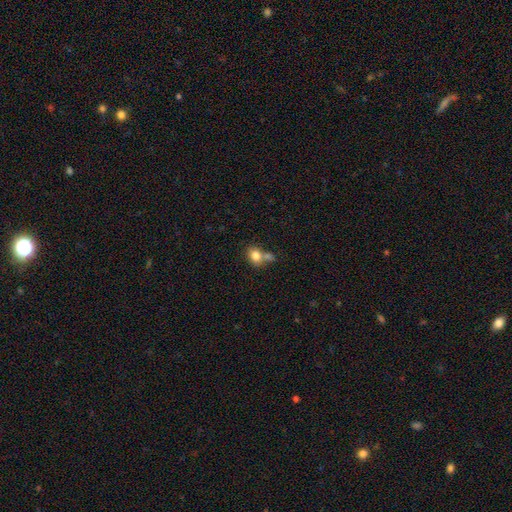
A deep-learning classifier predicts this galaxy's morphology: The model was most divided on "how rounded": in between: 50%, round: 49%, cigar-shaped: 1%. Remaining: smooth or featured — smooth (80%); merging — none (43%).